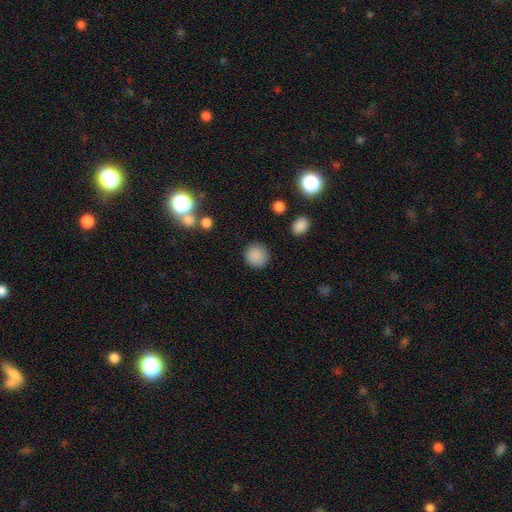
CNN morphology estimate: This is clearly a smooth galaxy (87%). How rounded: clearly round (92%). Merging: clearly none (89%).